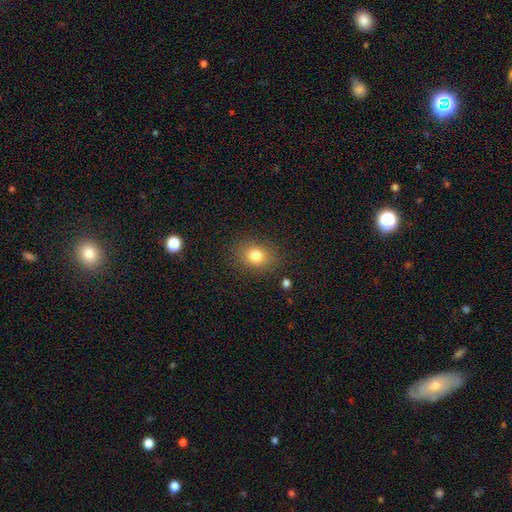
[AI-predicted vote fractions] Smooth or featured? Predicted: smooth (p=0.81). How rounded? Predicted: in between (p=0.59). Merging? Predicted: none (p=0.84).